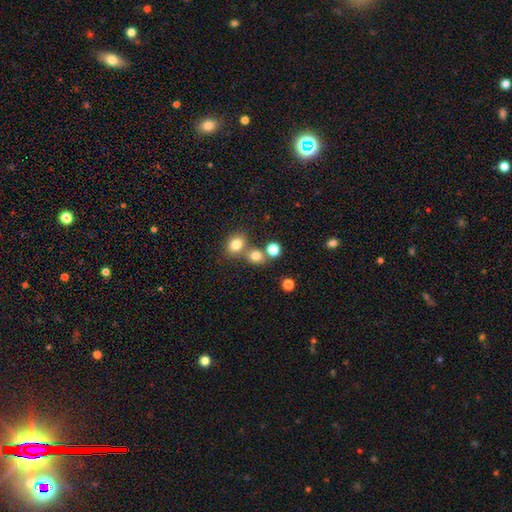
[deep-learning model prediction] smooth 77%, star or artifact 15%, featured or disk 8%. Down the decision tree: how rounded — round (69%); merging — none (55%).